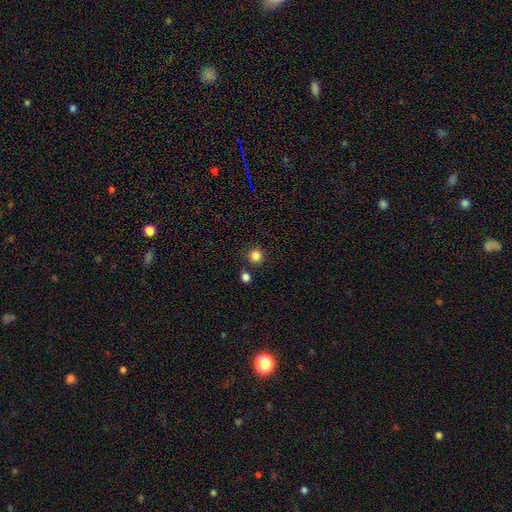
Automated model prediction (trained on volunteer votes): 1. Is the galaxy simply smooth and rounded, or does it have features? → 84% smooth, 12% star or artifact, 4% featured or disk.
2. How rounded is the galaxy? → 93% round, 6% in between, 1% cigar-shaped.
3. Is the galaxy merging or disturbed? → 82% none, 8% merger, 7% minor disturbance, 3% major disturbance.